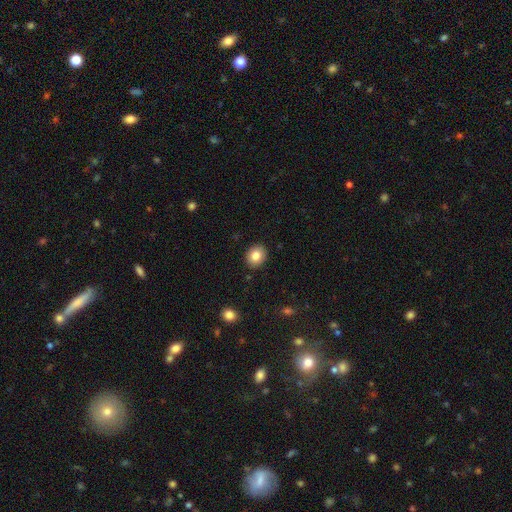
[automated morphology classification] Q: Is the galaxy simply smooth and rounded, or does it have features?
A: smooth — 84%.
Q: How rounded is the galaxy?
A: round — 58%.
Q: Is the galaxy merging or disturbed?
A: none — 90%.